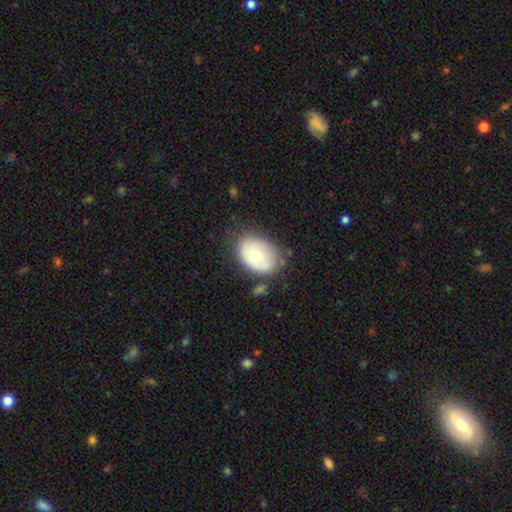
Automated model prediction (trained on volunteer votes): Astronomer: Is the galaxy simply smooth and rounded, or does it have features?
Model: smooth — 60%.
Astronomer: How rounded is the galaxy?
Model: in between — 78%.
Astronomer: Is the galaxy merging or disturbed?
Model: none — 60%.